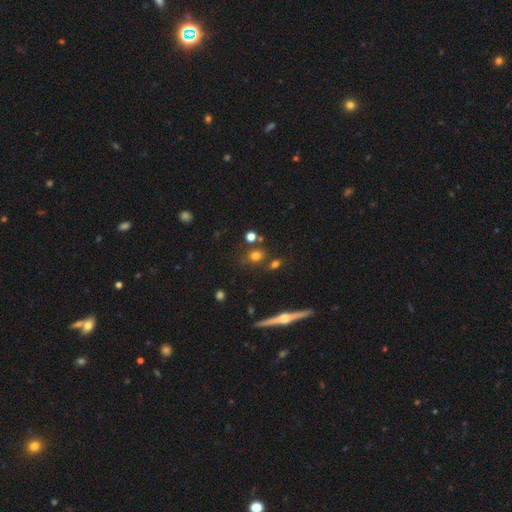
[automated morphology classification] This appears to be a smooth galaxy with no disk features (70%) that is round (74%). Merging: none (73%).